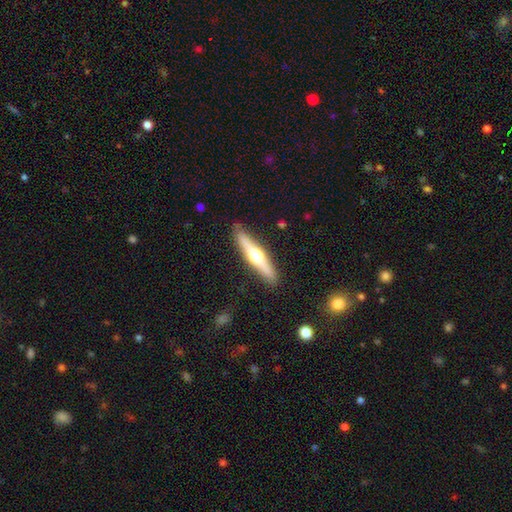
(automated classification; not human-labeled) Morphology: type=featured or disk (59%); edge-on=yes (95%); edge-on bulge=rounded (92%); merging=none (88%).